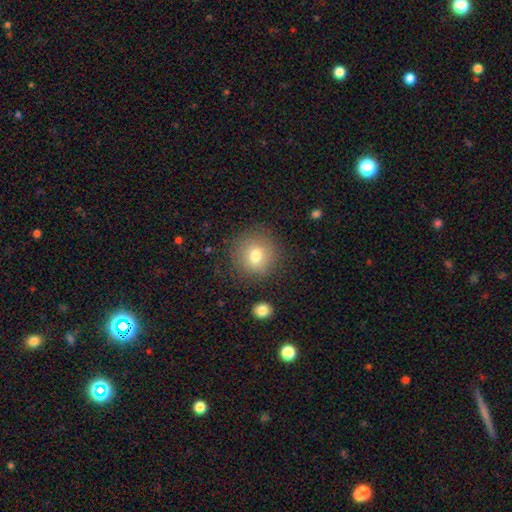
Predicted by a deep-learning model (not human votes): A smooth galaxy with no disk features (76%) that is round (91%).

Vote fractions:
- Smooth or featured? smooth: 76% / featured or disk: 13% / star or artifact: 12%
- How rounded? round: 91% / in between: 8% / cigar-shaped: 1%
- Merging? none: 83% / minor disturbance: 10% / major disturbance: 5% / merger: 2%